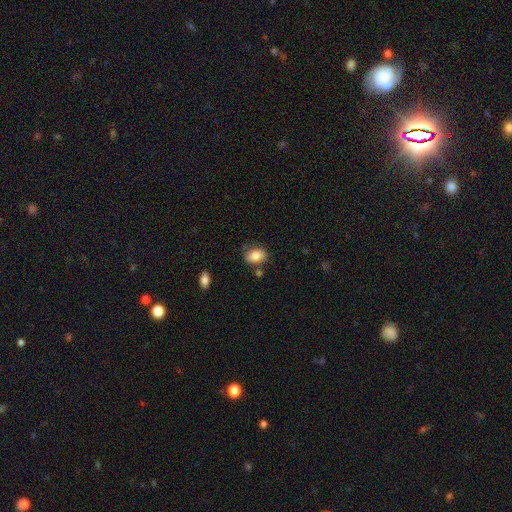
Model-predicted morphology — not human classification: A smooth galaxy with no disk features (83%) that is in between round and cigar-shaped (80%). Merging: none (67%).